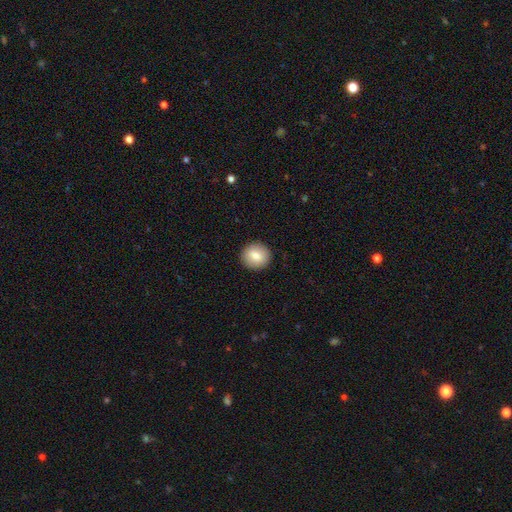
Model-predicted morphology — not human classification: Smooth or featured? smooth (81%)
How rounded? round (88%)
Merging? none (92%)